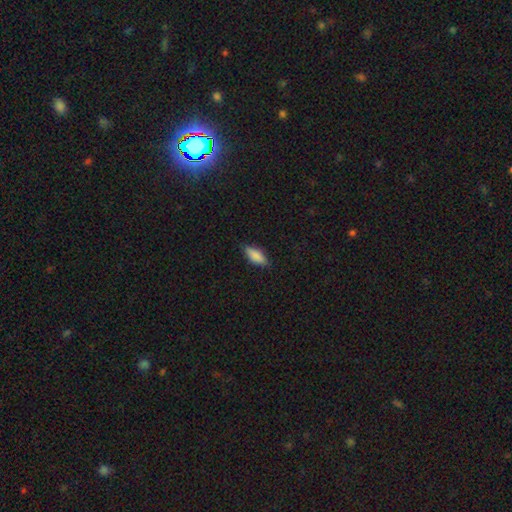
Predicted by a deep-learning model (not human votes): A smooth galaxy with no disk features (84%) that is in between round and cigar-shaped (73%).

Vote fractions:
- Smooth or featured? smooth: 84% / featured or disk: 10% / star or artifact: 7%
- How rounded? in between: 73% / cigar-shaped: 24% / round: 2%
- Merging? none: 82% / minor disturbance: 14% / major disturbance: 3% / merger: 1%